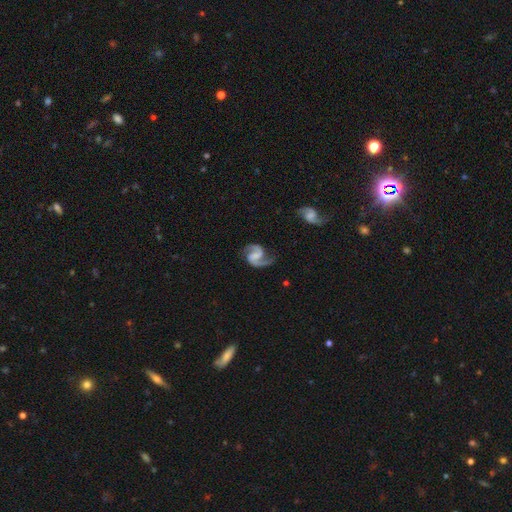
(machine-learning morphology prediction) Smooth or featured: featured or disk — 92% (star or artifact — 4%)
Edge-on disk: no — 98% (yes — 2%)
Bar: weak — 47% (no — 29%)
Spiral arms: yes — 98% (no — 2%)
Spiral winding: medium — 59% (loose — 27%)
Spiral arm count: 2 — 94% (1 — 2%)
Bulge size: none — 50% (small — 30%)
Merging: none — 78% (minor disturbance — 14%)